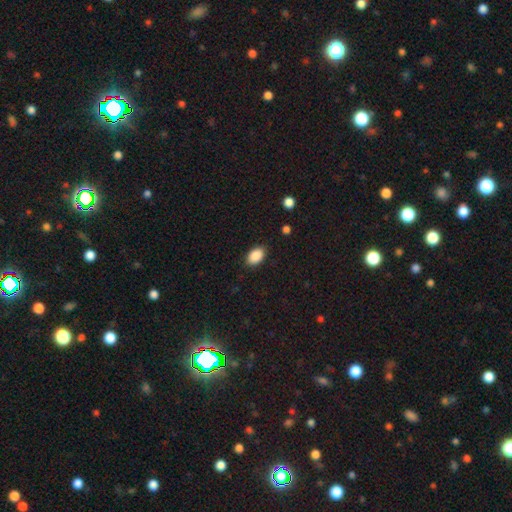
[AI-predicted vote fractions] smooth 89%, star or artifact 7%, featured or disk 3%. Down the decision tree: how rounded — in between (90%); merging — none (87%).